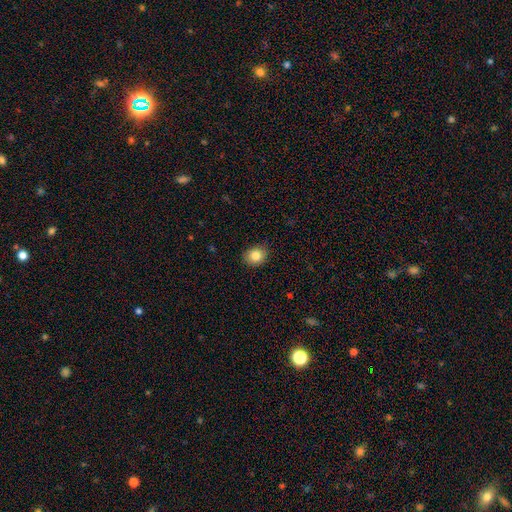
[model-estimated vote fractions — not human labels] smooth 84%, star or artifact 9%, featured or disk 7%. Down the decision tree: how rounded — round (56%); merging — none (87%).